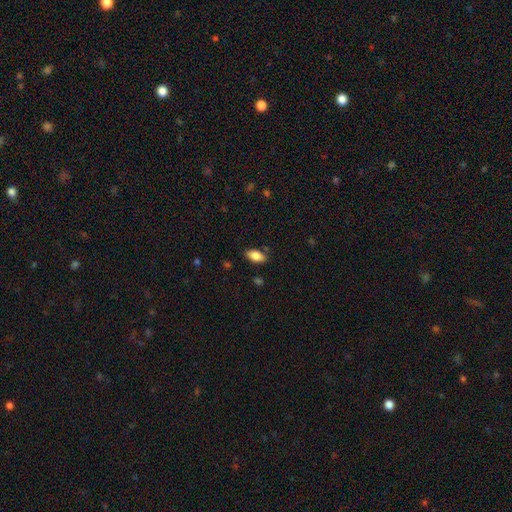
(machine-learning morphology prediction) smooth 84%, featured or disk 8%, star or artifact 8%. Down the decision tree: how rounded — in between (92%); merging — none (83%).